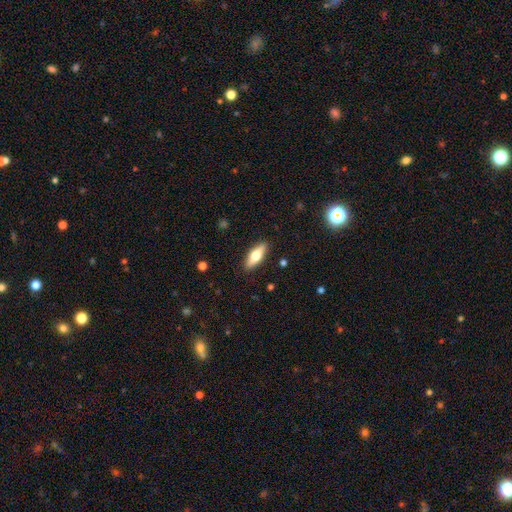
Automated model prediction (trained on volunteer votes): smooth_or_featured: smooth (p=0.62) [alt: featured or disk p=0.32]
how_rounded: in between (p=0.64) [alt: cigar-shaped p=0.33]
merging: none (p=0.89) [alt: minor disturbance p=0.08]